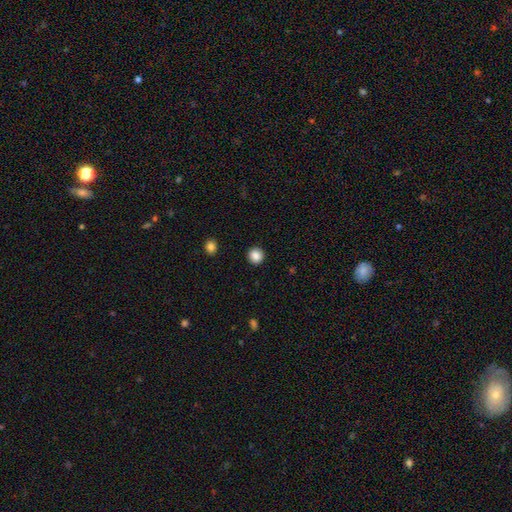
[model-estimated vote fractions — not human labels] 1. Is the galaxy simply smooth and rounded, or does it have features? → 87% smooth, 9% star or artifact, 4% featured or disk.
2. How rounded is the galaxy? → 93% round, 6% in between, 1% cigar-shaped.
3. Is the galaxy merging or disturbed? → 93% none, 5% minor disturbance, 2% major disturbance, 1% merger.